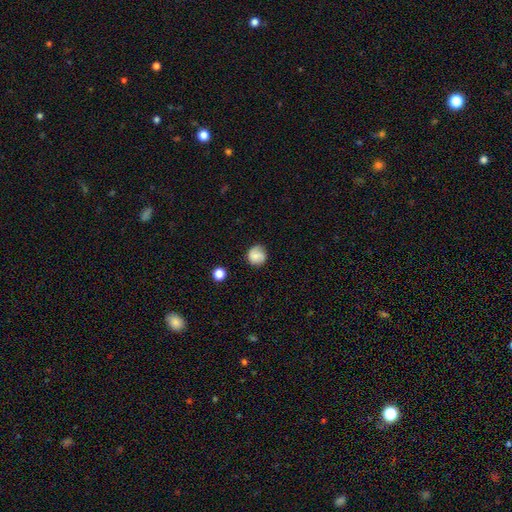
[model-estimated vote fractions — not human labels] Smooth or featured? smooth (72%)
How rounded? round (90%)
Merging? none (78%)